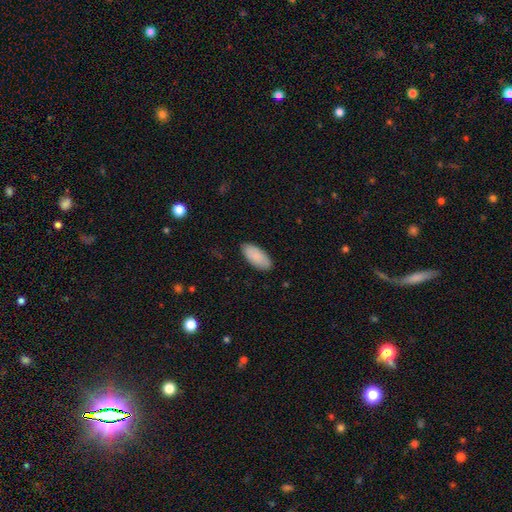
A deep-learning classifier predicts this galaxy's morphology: Smooth or featured?
  - smooth: 89% *
  - featured or disk: 6%
  - star or artifact: 5%
How rounded?
  - in between: 90% *
  - cigar-shaped: 8%
  - round: 2%
Merging?
  - none: 87% *
  - minor disturbance: 10%
  - major disturbance: 2%
  - merger: 1%